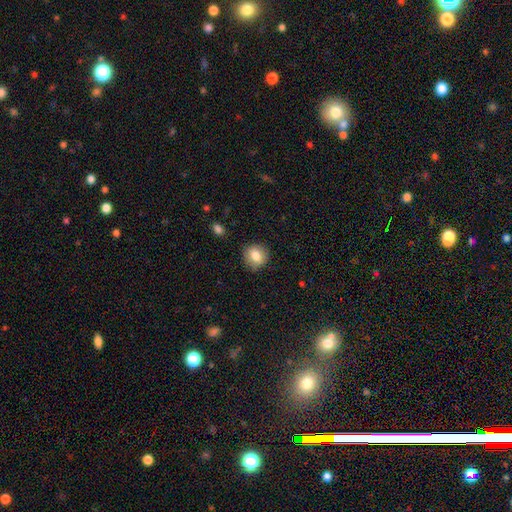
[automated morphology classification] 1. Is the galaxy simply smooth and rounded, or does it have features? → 80% smooth, 11% featured or disk, 9% star or artifact.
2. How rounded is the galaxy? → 79% round, 20% in between, 1% cigar-shaped.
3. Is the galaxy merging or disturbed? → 85% none, 12% minor disturbance, 3% major disturbance, 1% merger.